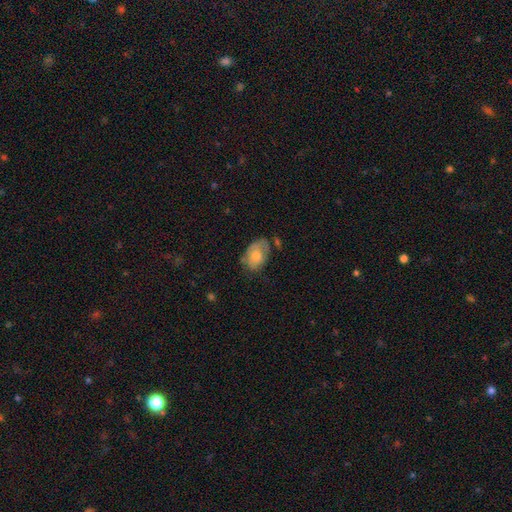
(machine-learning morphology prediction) A smooth galaxy with no disk features (70%) that is in between round and cigar-shaped (85%). Merging: none (44%).